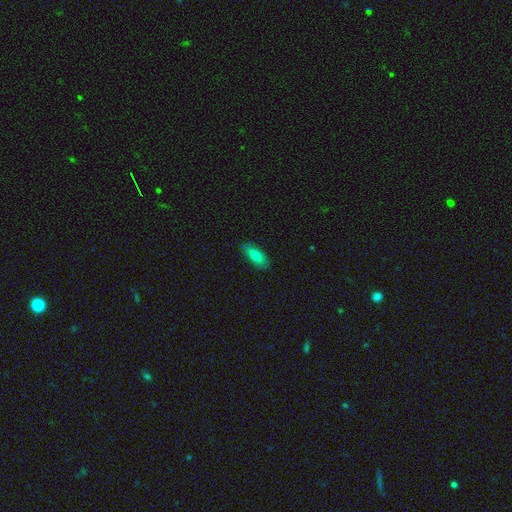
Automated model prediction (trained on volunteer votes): Q: Smooth or featured?
A: smooth (76%); runner-up: featured or disk (17%)
Q: How rounded?
A: in between (74%); runner-up: cigar-shaped (24%)
Q: Merging?
A: none (84%); runner-up: minor disturbance (13%)